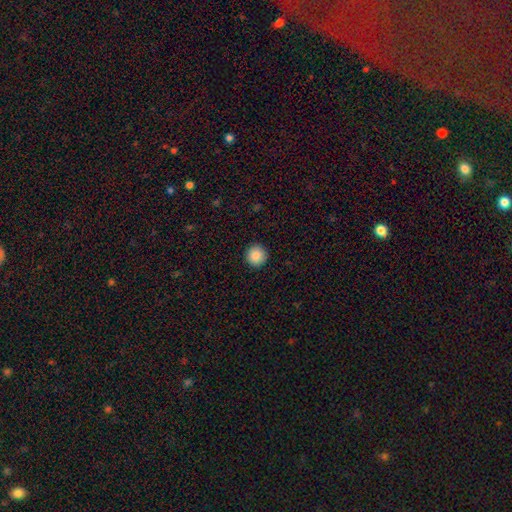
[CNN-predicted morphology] Smooth or featured? smooth (88%)
How rounded? round (94%)
Merging? none (93%)